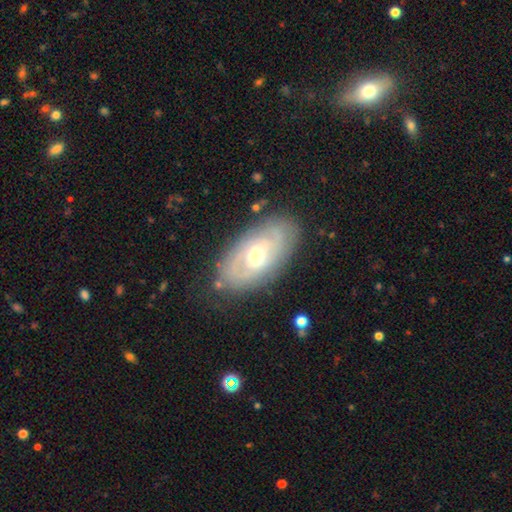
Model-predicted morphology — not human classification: Q: Smooth or featured?
A: featured or disk (68%); runner-up: smooth (25%)
Q: Edge-on disk?
A: no (92%); runner-up: yes (8%)
Q: Bar?
A: no (57%); runner-up: weak (35%)
Q: Spiral arms?
A: yes (68%); runner-up: no (32%)
Q: Bulge size?
A: moderate (68%); runner-up: small (24%)
Q: Merging?
A: none (78%); runner-up: minor disturbance (15%)